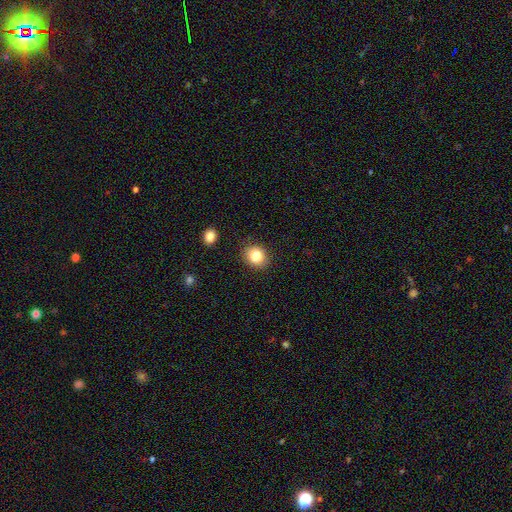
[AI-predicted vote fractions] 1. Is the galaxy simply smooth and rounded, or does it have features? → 82% smooth, 11% star or artifact, 8% featured or disk.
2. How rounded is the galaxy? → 70% round, 29% in between, 1% cigar-shaped.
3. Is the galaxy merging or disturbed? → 89% none, 8% minor disturbance, 2% major disturbance, 2% merger.